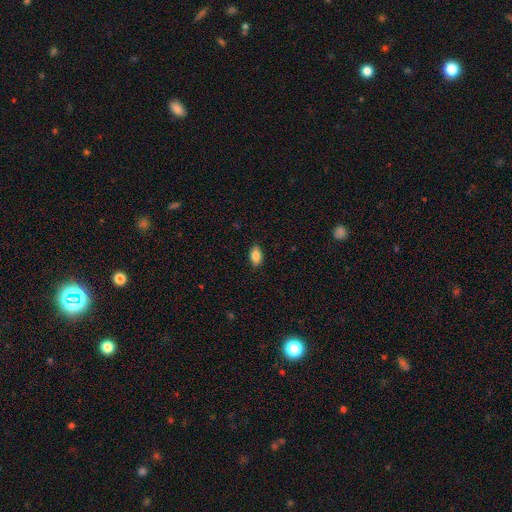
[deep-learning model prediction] Q: Smooth or featured?
A: smooth (86%); runner-up: star or artifact (8%)
Q: How rounded?
A: in between (91%); runner-up: round (5%)
Q: Merging?
A: none (88%); runner-up: minor disturbance (9%)